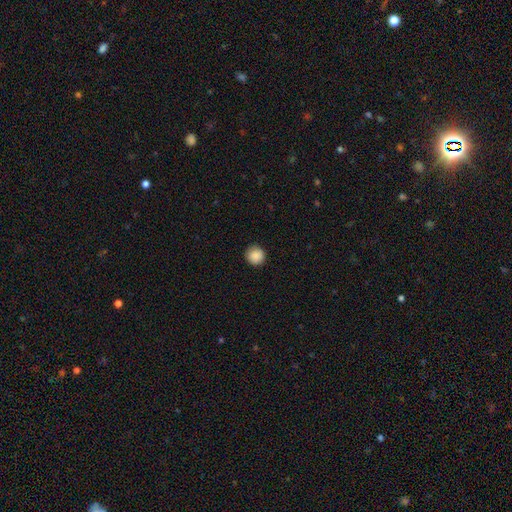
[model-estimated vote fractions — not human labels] This appears to be a smooth galaxy with no disk features (89%) that is round (95%). Merging: none (92%).